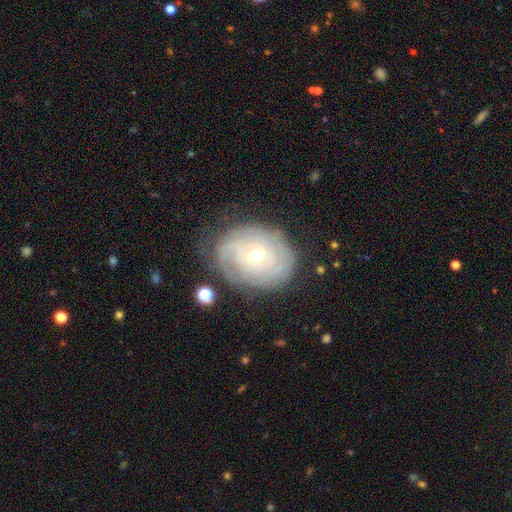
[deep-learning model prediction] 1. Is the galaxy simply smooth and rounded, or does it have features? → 80% featured or disk, 13% smooth, 6% star or artifact.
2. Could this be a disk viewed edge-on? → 96% no, 4% yes.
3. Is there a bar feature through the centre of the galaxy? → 51% no, 39% weak, 10% strong.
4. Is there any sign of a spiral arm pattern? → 90% yes, 10% no.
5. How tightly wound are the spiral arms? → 76% tight, 18% medium, 6% loose.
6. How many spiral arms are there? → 47% can't tell, 17% 2, 16% 3, 9% 4, 5% more than 4, 5% 1.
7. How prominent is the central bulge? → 61% moderate, 35% small, 3% large, 1% none, 1% dominant.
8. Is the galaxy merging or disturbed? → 72% none, 19% minor disturbance, 7% major disturbance, 2% merger.